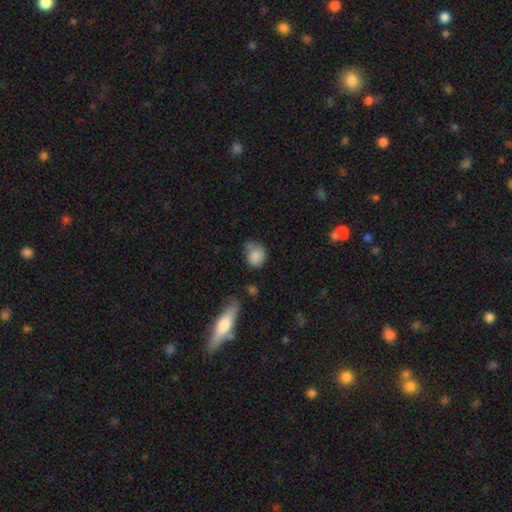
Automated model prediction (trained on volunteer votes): smooth-or-featured: smooth: 83% | star or artifact: 9% | featured or disk: 9%
  how-rounded: round: 68% | in between: 31% | cigar-shaped: 1%
  merging: none: 45% | minor disturbance: 34% | major disturbance: 14% | merger: 6%